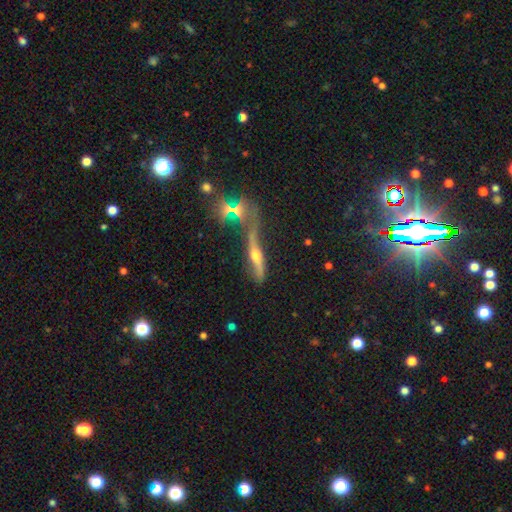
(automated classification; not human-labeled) This is likely a featured or disk galaxy (66%). It is likely viewed edge-on (72%). Merging: marginally none (43%).